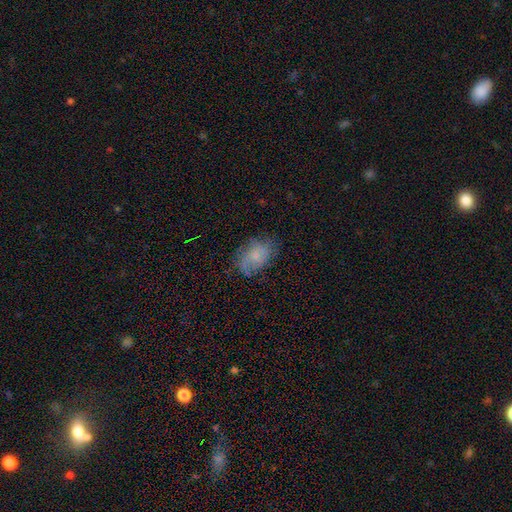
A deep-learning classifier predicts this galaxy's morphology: Q: Smooth or featured?
A: smooth (57%); runner-up: featured or disk (33%)
Q: How rounded?
A: in between (84%); runner-up: round (15%)
Q: Merging?
A: none (64%); runner-up: minor disturbance (24%)